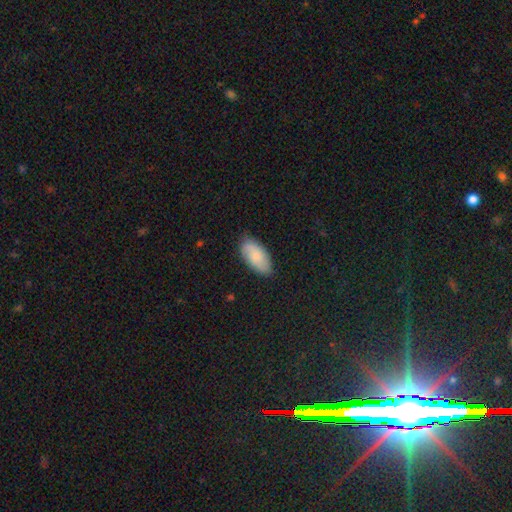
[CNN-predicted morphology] smooth_or_featured: smooth (p=0.72) [alt: featured or disk p=0.22]
how_rounded: in between (p=0.93) [alt: cigar-shaped p=0.04]
merging: none (p=0.81) [alt: minor disturbance p=0.16]